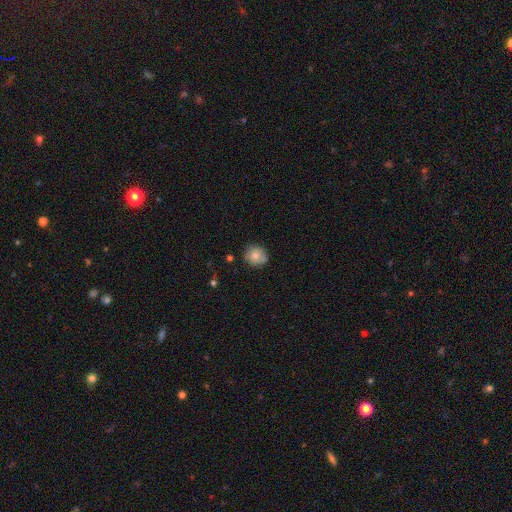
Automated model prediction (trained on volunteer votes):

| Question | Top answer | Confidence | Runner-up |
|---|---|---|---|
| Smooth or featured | smooth | 80% | featured or disk (11%) |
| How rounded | round | 88% | in between (11%) |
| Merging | none | 77% | minor disturbance (14%) |